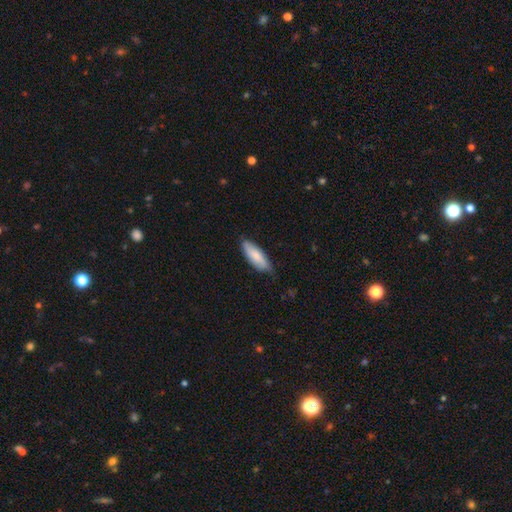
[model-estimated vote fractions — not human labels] Smooth or featured? Predicted: smooth (p=0.81). How rounded? Predicted: in between (p=0.65). Merging? Predicted: none (p=0.77).